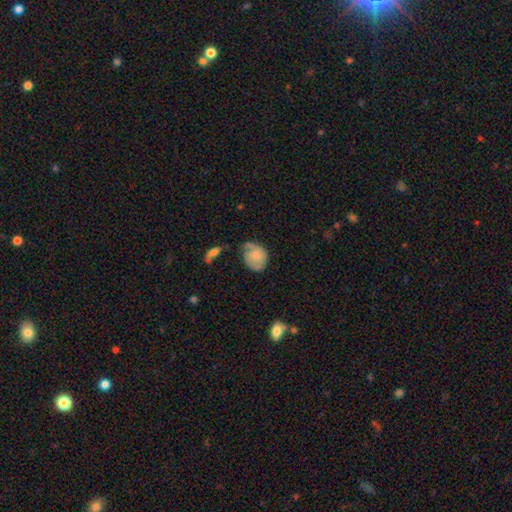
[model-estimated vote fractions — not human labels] Smooth or featured?
  - smooth: 52% *
  - featured or disk: 41%
  - star or artifact: 7%
How rounded?
  - in between: 53% *
  - round: 46%
  - cigar-shaped: 1%
Merging?
  - none: 43% *
  - minor disturbance: 34%
  - major disturbance: 18%
  - merger: 5%